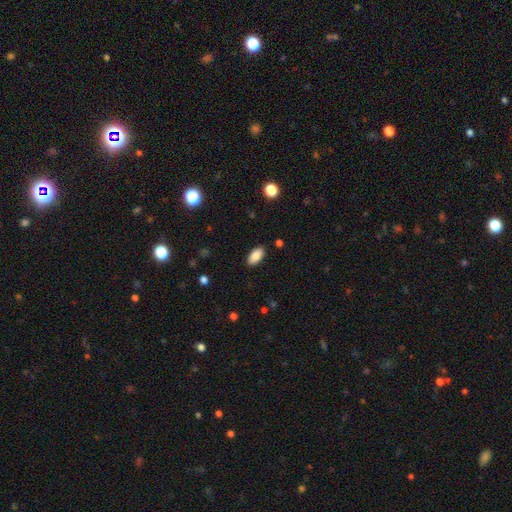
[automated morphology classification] Overall: smooth (86%). How rounded: in between (93%). Merging: none (88%).